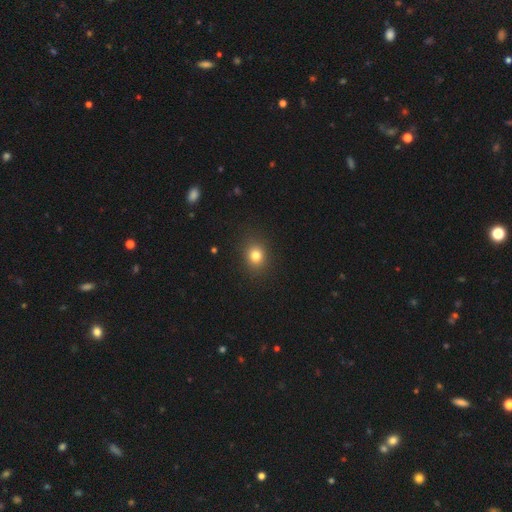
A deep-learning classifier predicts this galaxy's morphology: A smooth galaxy with no disk features (80%) that is round (67%).

Vote fractions:
- Smooth or featured? smooth: 80% / star or artifact: 13% / featured or disk: 7%
- How rounded? round: 67% / in between: 32% / cigar-shaped: 1%
- Merging? none: 89% / minor disturbance: 7% / major disturbance: 3% / merger: 1%